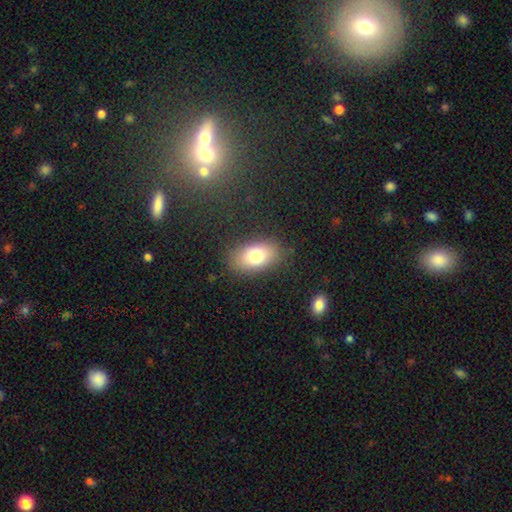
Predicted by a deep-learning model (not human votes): smooth 77%, featured or disk 13%, star or artifact 9%. Down the decision tree: how rounded — in between (88%); merging — none (83%).